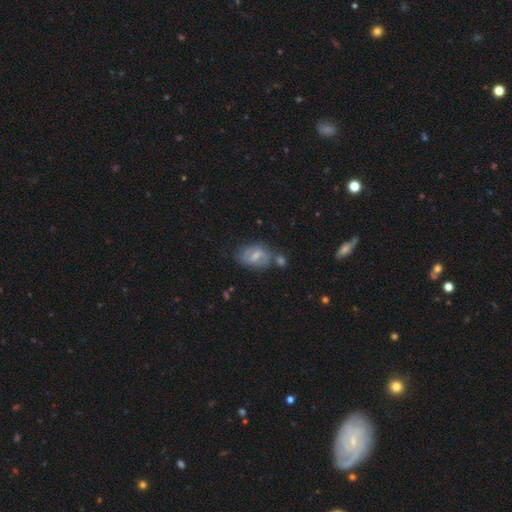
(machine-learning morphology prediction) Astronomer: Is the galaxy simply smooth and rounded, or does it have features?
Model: featured or disk — 56% (runner-up: smooth, 35%).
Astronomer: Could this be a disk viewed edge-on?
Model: no — 95%.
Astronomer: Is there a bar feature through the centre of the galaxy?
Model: weak — 53% (runner-up: strong, 28%).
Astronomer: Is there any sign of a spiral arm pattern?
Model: yes — 74%.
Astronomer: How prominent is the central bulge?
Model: moderate — 44% (runner-up: small, 38%).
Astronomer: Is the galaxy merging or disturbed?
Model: none — 56%.